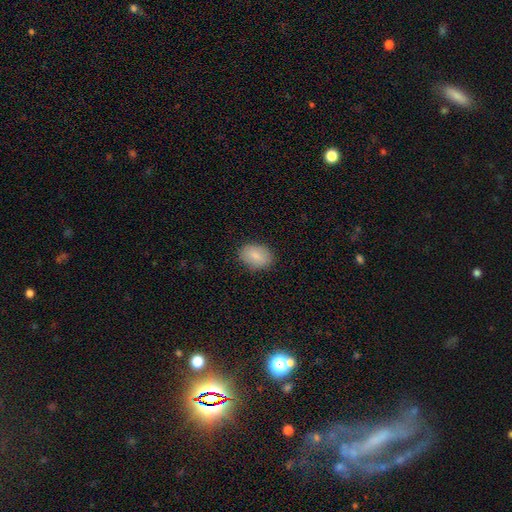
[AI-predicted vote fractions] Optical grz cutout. It shows a smooth galaxy with no disk features (82%) that is in between round and cigar-shaped (77%). Merging: none (84%).